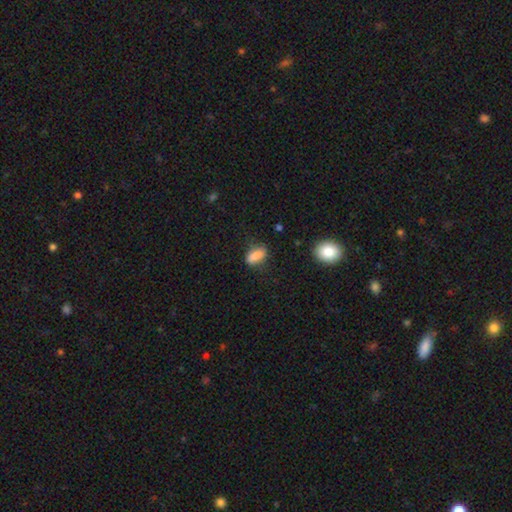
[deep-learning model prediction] This appears to be a smooth galaxy with no disk features (83%) that is in between round and cigar-shaped (78%). Merging: none (69%).